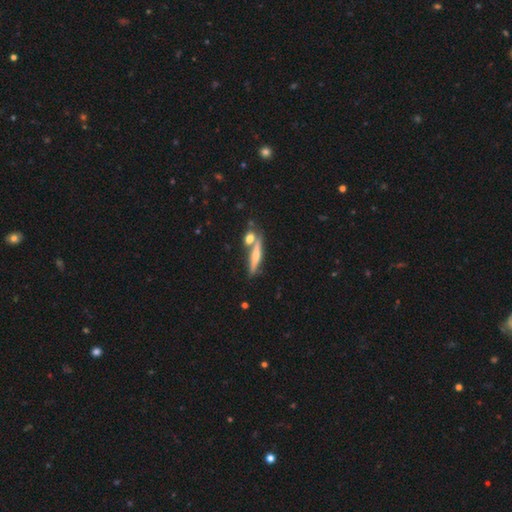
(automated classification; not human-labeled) Smooth or featured? Predicted: featured or disk (p=0.48). Merging? Predicted: none (p=0.66).